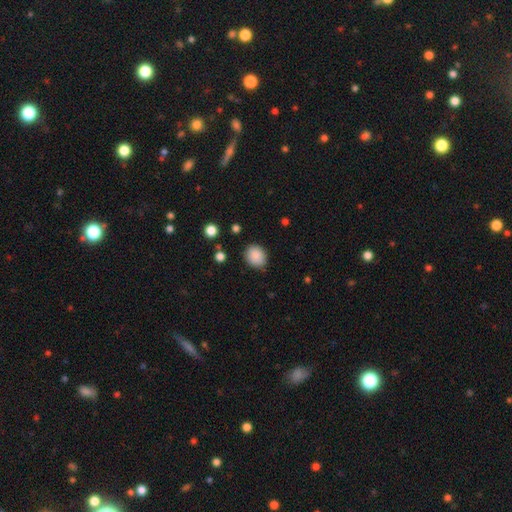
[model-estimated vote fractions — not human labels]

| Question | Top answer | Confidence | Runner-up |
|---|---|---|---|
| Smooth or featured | smooth | 88% | star or artifact (8%) |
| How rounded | round | 61% | in between (38%) |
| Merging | none | 79% | minor disturbance (16%) |